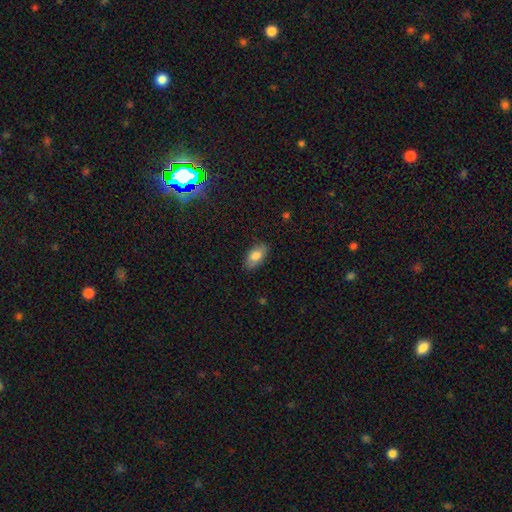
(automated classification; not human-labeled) This is likely a smooth galaxy (79%). How rounded: clearly in between (92%). Merging: clearly none (84%).